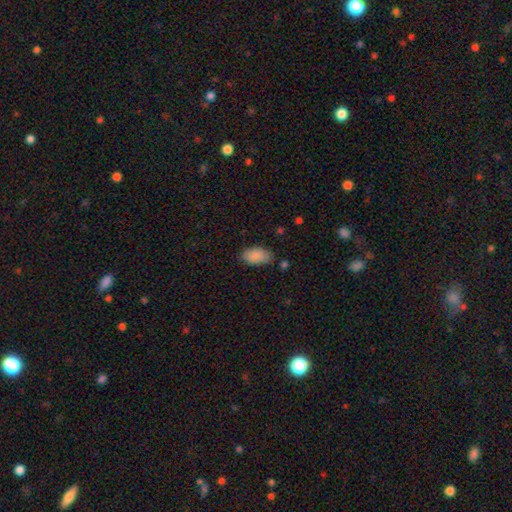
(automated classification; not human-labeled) Smooth or featured? smooth (88%)
How rounded? in between (94%)
Merging? none (78%)